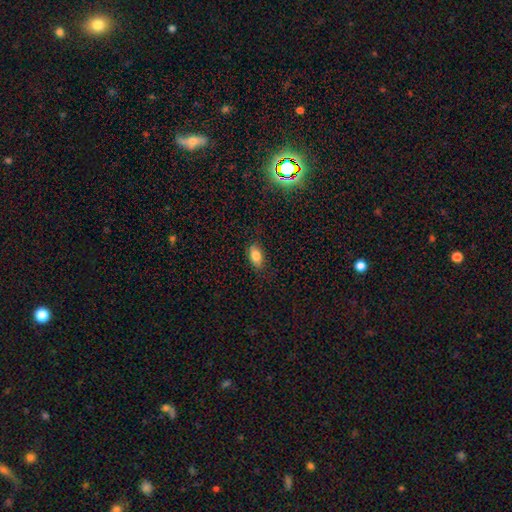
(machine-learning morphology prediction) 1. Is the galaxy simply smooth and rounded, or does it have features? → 81% smooth, 10% featured or disk, 9% star or artifact.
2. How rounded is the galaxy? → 88% in between, 6% round, 6% cigar-shaped.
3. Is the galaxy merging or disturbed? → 81% none, 15% minor disturbance, 3% major disturbance, 1% merger.